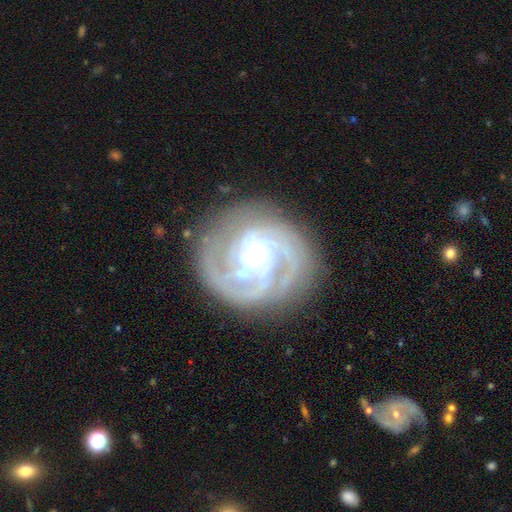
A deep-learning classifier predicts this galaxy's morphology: Smooth or featured?
  - featured or disk: 89% *
  - star or artifact: 6%
  - smooth: 5%
Edge-on disk?
  - no: 98% *
  - yes: 2%
Bar?
  - no: 50% *
  - weak: 37%
  - strong: 13%
Spiral arms?
  - yes: 98% *
  - no: 2%
Spiral winding?
  - tight: 63% *
  - medium: 32%
  - loose: 5%
Spiral arm count?
  - 3: 36% *
  - 2: 19%
  - 4: 19%
  - can't tell: 14%
  - more than 4: 6%
  - 1: 6%
Bulge size?
  - small: 72% *
  - moderate: 23%
  - none: 2%
  - large: 2%
  - dominant: 1%
Merging?
  - none: 77% *
  - minor disturbance: 14%
  - major disturbance: 7%
  - merger: 2%